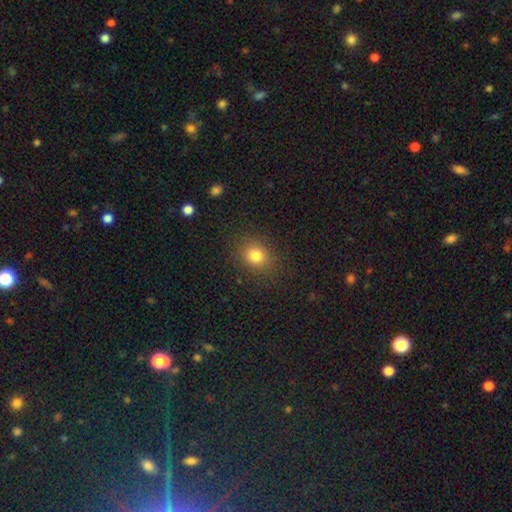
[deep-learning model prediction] This appears to be a smooth galaxy with no disk features (80%) that is round (61%). Merging: none (85%).